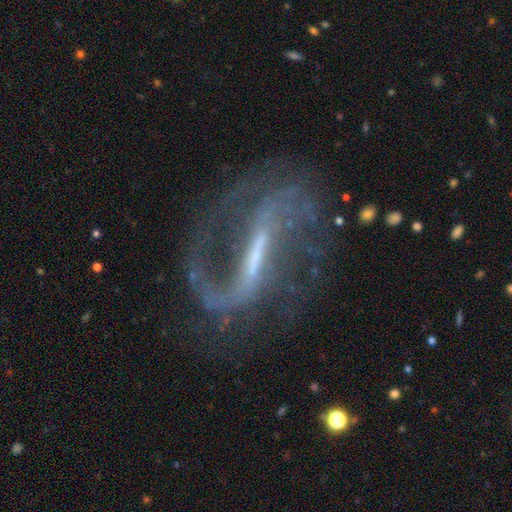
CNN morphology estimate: Q: Smooth or featured?
A: featured or disk (88%); runner-up: star or artifact (7%)
Q: Edge-on disk?
A: no (92%); runner-up: yes (8%)
Q: Bar?
A: strong (70%); runner-up: weak (22%)
Q: Spiral arms?
A: yes (92%); runner-up: no (8%)
Q: Spiral winding?
A: loose (55%); runner-up: medium (33%)
Q: Spiral arm count?
A: 2 (67%); runner-up: 1 (21%)
Q: Bulge size?
A: small (46%); runner-up: none (25%)
Q: Merging?
A: none (54%); runner-up: major disturbance (26%)